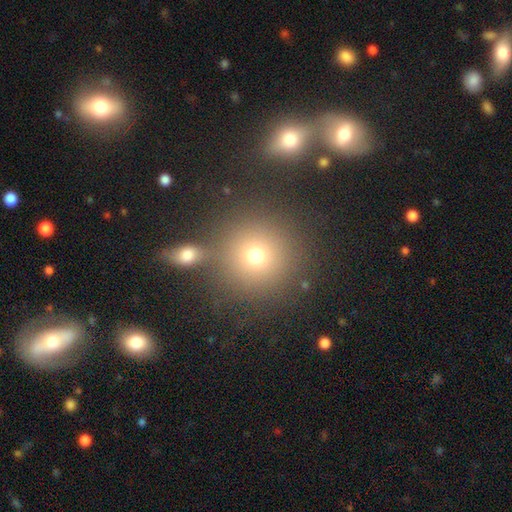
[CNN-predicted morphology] smooth-or-featured: smooth: 70% | star or artifact: 19% | featured or disk: 12%
  how-rounded: round: 93% | in between: 6% | cigar-shaped: 1%
  merging: none: 77% | merger: 11% | minor disturbance: 8% | major disturbance: 4%